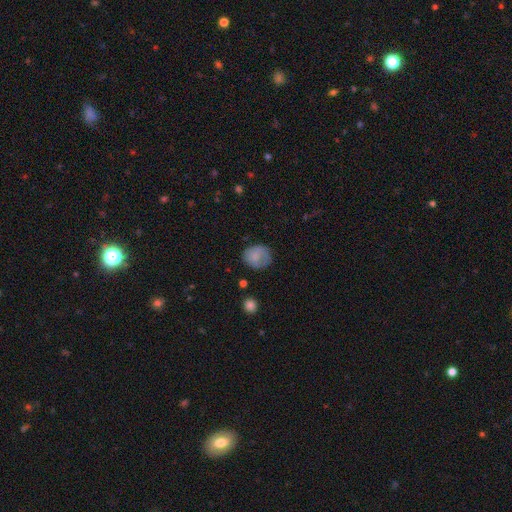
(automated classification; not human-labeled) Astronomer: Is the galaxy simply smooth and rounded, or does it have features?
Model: smooth — 78%.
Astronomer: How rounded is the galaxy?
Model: round — 66%.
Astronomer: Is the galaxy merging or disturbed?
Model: none — 62%.